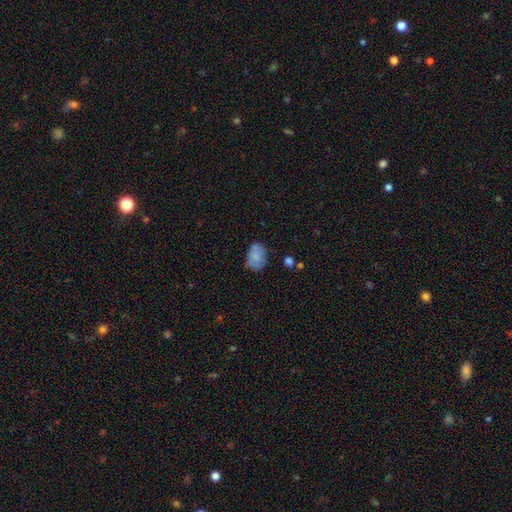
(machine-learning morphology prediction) A smooth galaxy with no disk features (76%) that is in between round and cigar-shaped (84%).

Vote fractions:
- Smooth or featured? smooth: 76% / featured or disk: 15% / star or artifact: 9%
- How rounded? in between: 84% / round: 15% / cigar-shaped: 1%
- Merging? none: 64% / minor disturbance: 24% / major disturbance: 8% / merger: 4%